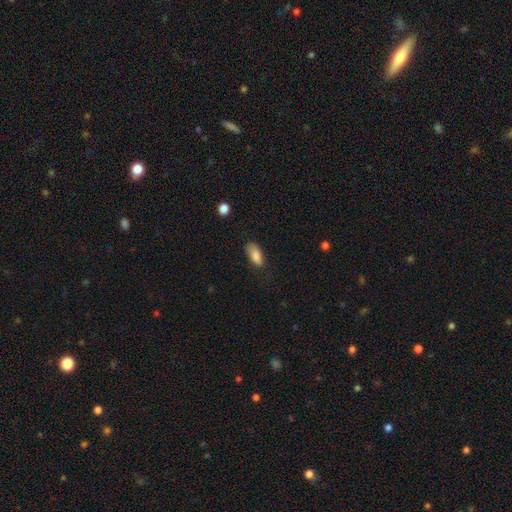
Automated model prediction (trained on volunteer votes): Morphology: type=smooth (85%); roundness=in between (86%); merging=none (63%).